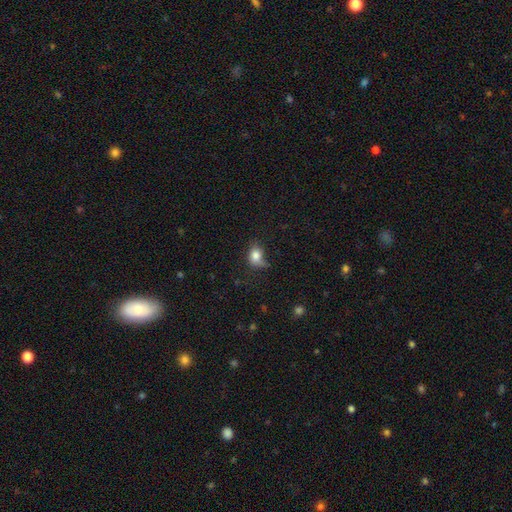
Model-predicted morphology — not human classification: A smooth galaxy with no disk features (81%) that is in between round and cigar-shaped (52%). Merging: none (45%).